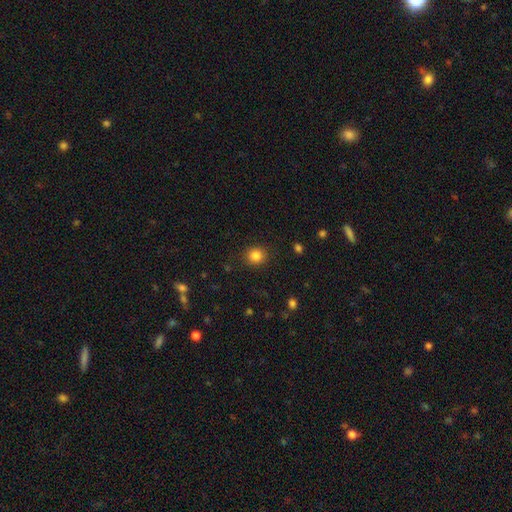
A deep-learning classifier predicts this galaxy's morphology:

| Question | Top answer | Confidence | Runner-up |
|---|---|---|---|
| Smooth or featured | smooth | 84% | star or artifact (11%) |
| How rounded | round | 86% | in between (13%) |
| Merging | none | 89% | minor disturbance (7%) |